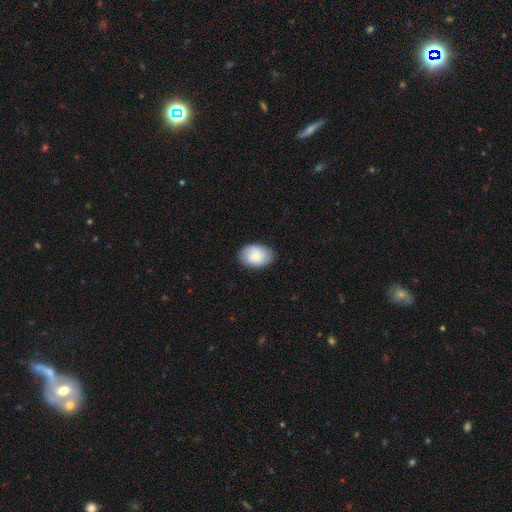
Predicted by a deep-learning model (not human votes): Smooth or featured? Predicted: smooth (p=0.74). How rounded? Predicted: in between (p=0.83). Merging? Predicted: none (p=0.80).